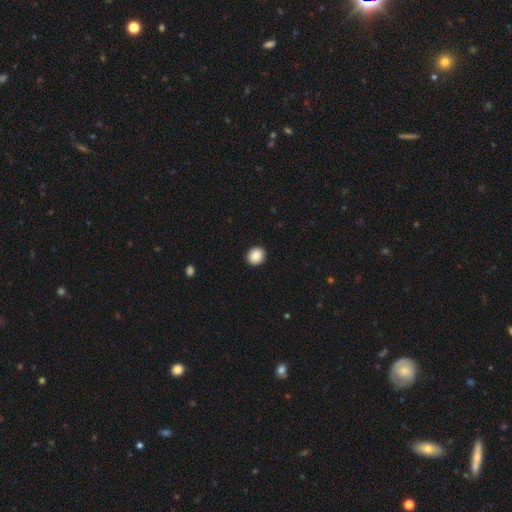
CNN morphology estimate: Smooth or featured?
  - smooth: 88% *
  - star or artifact: 8%
  - featured or disk: 3%
How rounded?
  - round: 80% *
  - in between: 19%
  - cigar-shaped: 1%
Merging?
  - none: 92% *
  - minor disturbance: 6%
  - major disturbance: 2%
  - merger: 1%